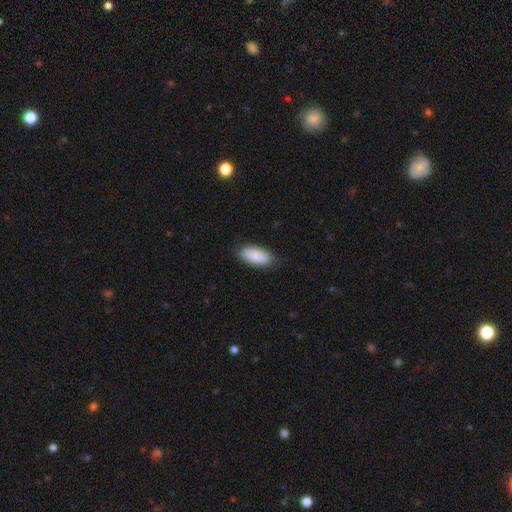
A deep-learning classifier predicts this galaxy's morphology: Smooth or featured?
  - smooth: 87% *
  - featured or disk: 7%
  - star or artifact: 6%
How rounded?
  - in between: 89% *
  - cigar-shaped: 9%
  - round: 2%
Merging?
  - none: 83% *
  - minor disturbance: 14%
  - major disturbance: 3%
  - merger: 1%